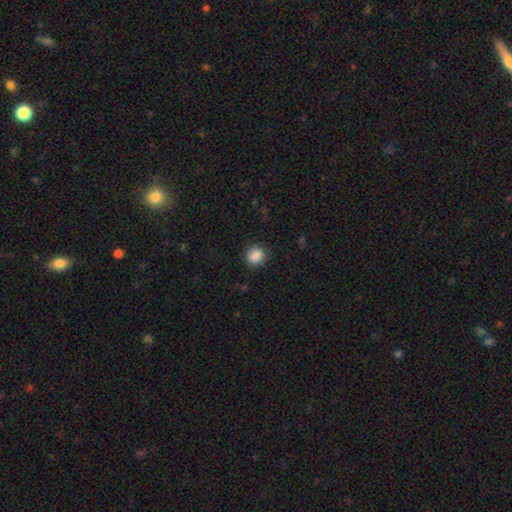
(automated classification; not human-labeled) Overall: smooth (88%). How rounded: round (87%). Merging: none (88%).